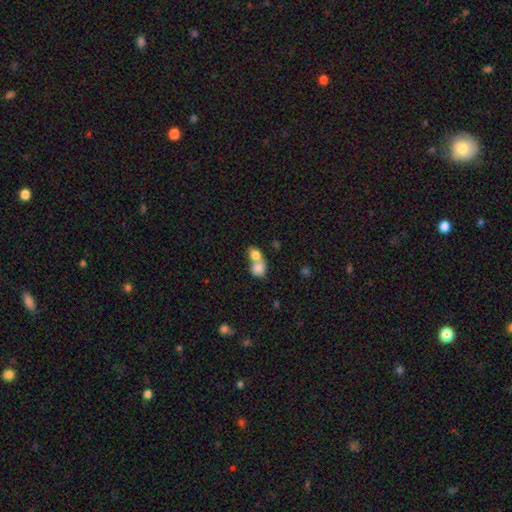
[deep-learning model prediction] Smooth or featured?
  - smooth: 80% *
  - featured or disk: 12%
  - star or artifact: 8%
How rounded?
  - round: 50% *
  - in between: 49%
  - cigar-shaped: 2%
Merging?
  - merger: 72% *
  - none: 20%
  - minor disturbance: 5%
  - major disturbance: 3%